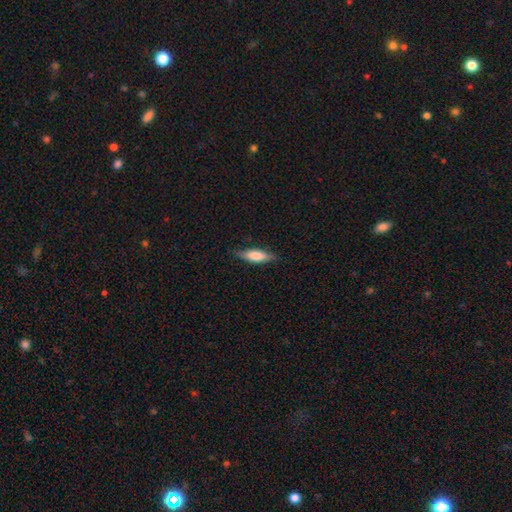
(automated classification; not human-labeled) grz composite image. It shows a smooth galaxy with no disk features (68%) that is cigar-shaped (51%). Merging: none (82%).